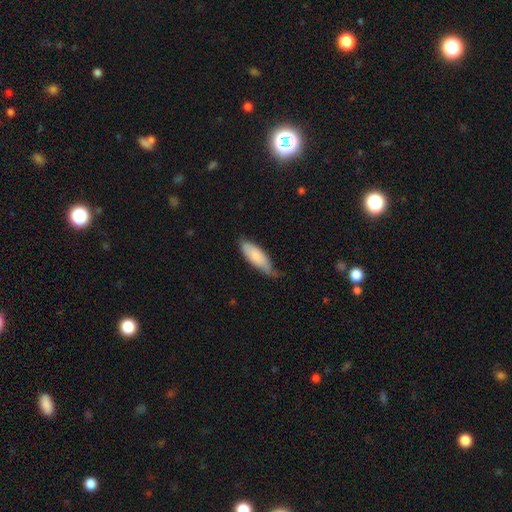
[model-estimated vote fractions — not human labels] A smooth galaxy with no disk features (81%) that is in between round and cigar-shaped (66%). Merging: none (46%).